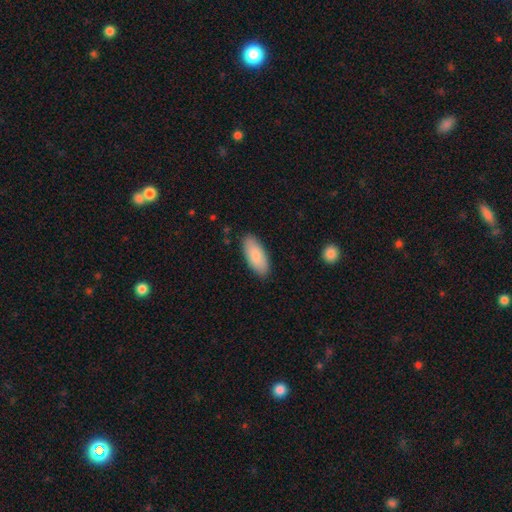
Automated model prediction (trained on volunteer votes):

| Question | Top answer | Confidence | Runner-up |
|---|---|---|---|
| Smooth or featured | smooth | 87% | featured or disk (8%) |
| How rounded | in between | 86% | cigar-shaped (13%) |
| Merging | none | 87% | minor disturbance (10%) |